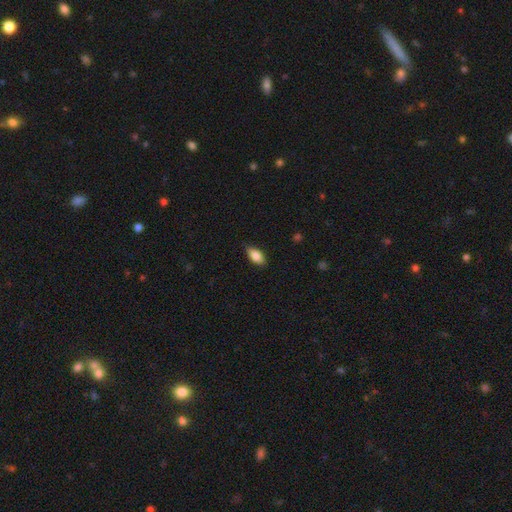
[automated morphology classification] Overall: smooth (82%). How rounded: in between (89%). Merging: none (84%).